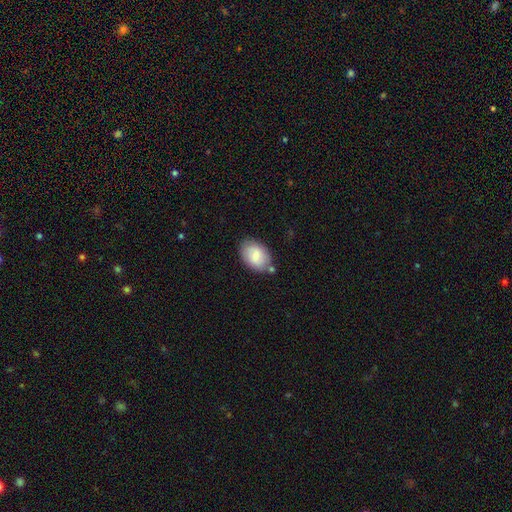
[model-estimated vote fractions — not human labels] Q: Smooth or featured?
A: smooth (71%); runner-up: featured or disk (23%)
Q: How rounded?
A: in between (86%); runner-up: round (12%)
Q: Merging?
A: none (72%); runner-up: minor disturbance (17%)